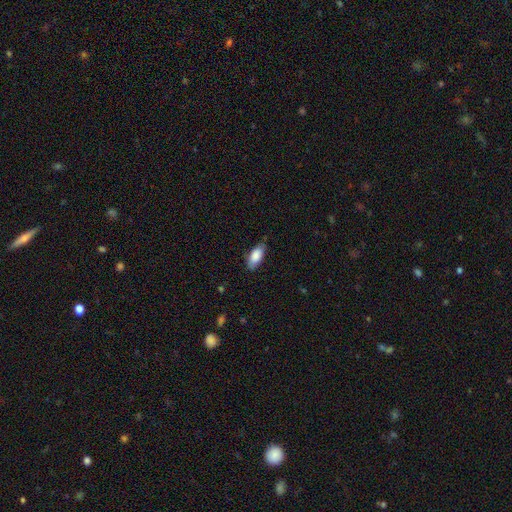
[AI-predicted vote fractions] The model was most divided on "merging": none: 74%, minor disturbance: 21%, major disturbance: 4%, merger: 1%. More confident: how rounded — in between (87%); smooth or featured — smooth (85%).